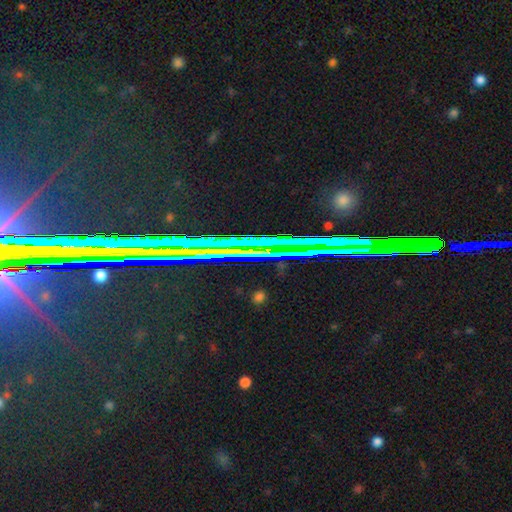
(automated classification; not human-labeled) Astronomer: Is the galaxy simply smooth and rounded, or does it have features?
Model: star or artifact — 77%.